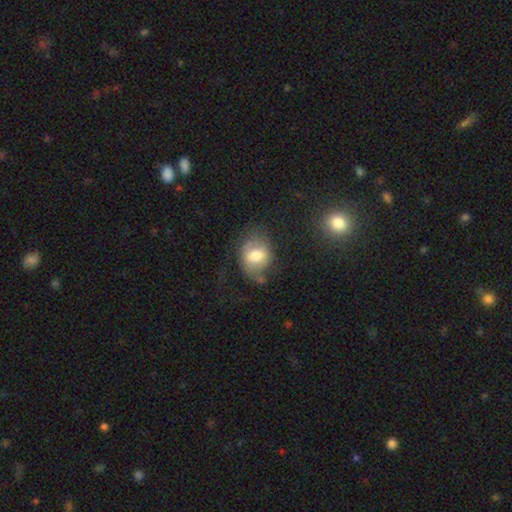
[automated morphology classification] The model was most divided on "how rounded": in between: 53%, round: 45%, cigar-shaped: 1%. Remaining: smooth or featured — smooth (62%); merging — none (50%).